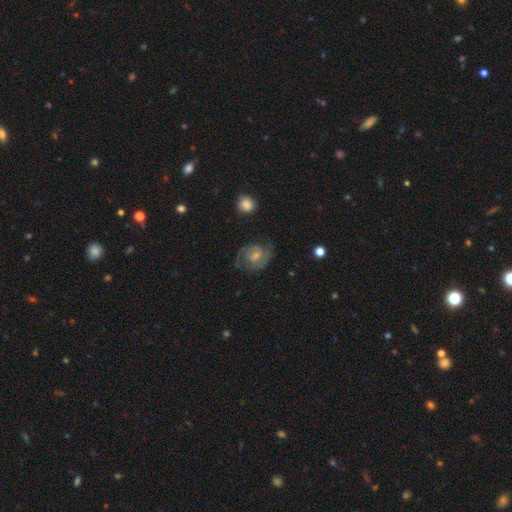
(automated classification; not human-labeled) Smooth or featured? featured or disk (69%)
Edge-on disk? no (97%)
Bar? weak (49%)
Spiral arms? yes (90%)
Spiral winding? medium (50%)
Spiral arm count? 2 (80%)
Bulge size? small (44%)
Merging? none (63%)